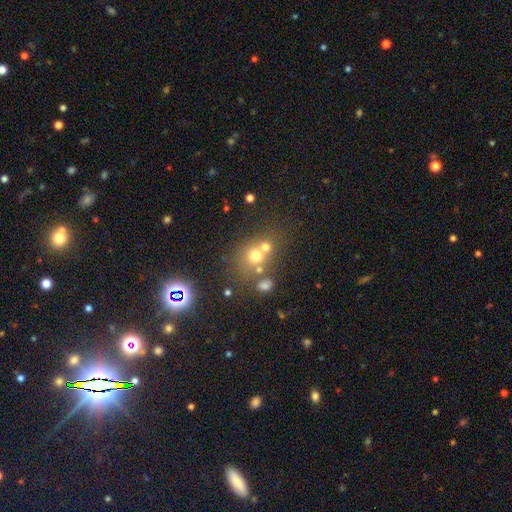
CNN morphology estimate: Smooth or featured: smooth — 64% (star or artifact — 19%)
How rounded: round — 77% (in between — 22%)
Merging: none — 44% (merger — 43%)